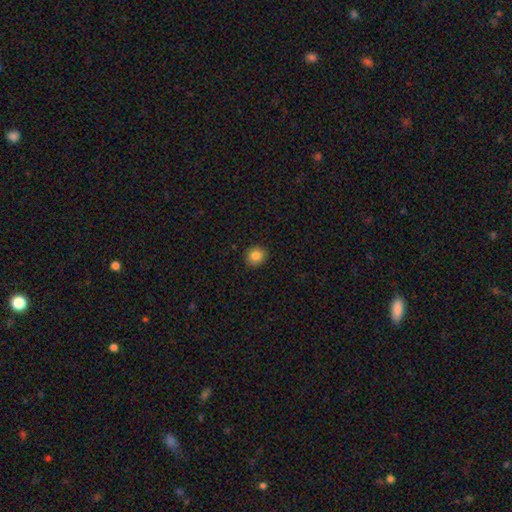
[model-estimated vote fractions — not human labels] Smooth or featured?
  - smooth: 83% *
  - star or artifact: 10%
  - featured or disk: 7%
How rounded?
  - round: 83% *
  - in between: 16%
  - cigar-shaped: 1%
Merging?
  - none: 90% *
  - minor disturbance: 8%
  - major disturbance: 2%
  - merger: 1%